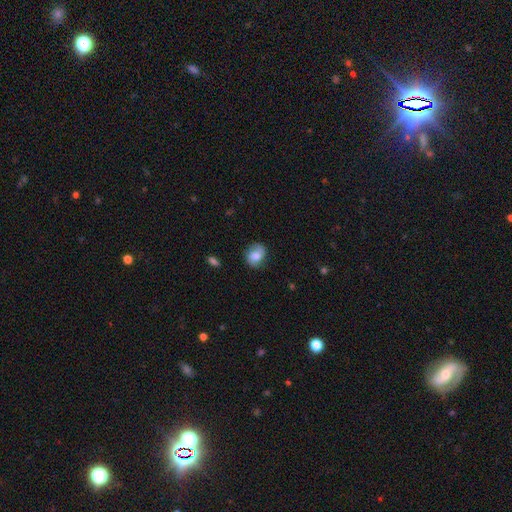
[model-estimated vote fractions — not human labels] smooth 55%, featured or disk 36%, star or artifact 8%. Down the decision tree: how rounded — round (60%); merging — none (72%).